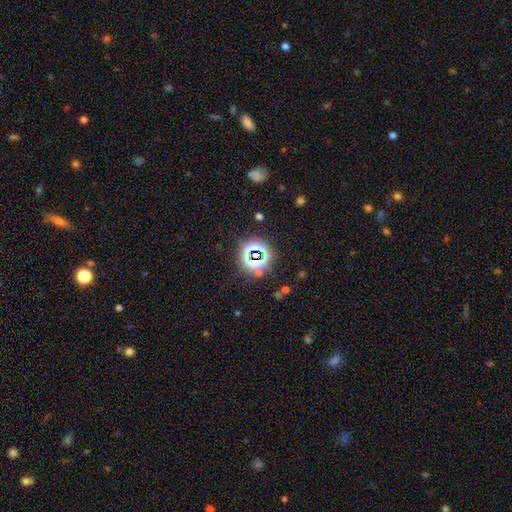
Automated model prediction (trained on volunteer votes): smooth-or-featured: star or artifact: 76% | smooth: 15% | featured or disk: 9%